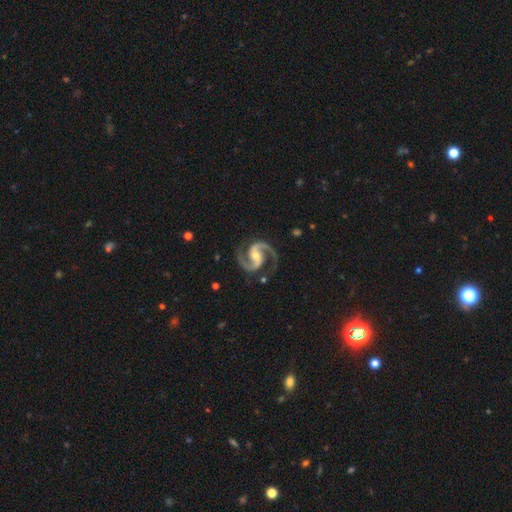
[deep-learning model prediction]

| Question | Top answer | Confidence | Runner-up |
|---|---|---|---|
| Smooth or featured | featured or disk | 95% | star or artifact (3%) |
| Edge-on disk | no | 98% | yes (2%) |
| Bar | weak | 40% | no (31%) |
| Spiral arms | yes | 99% | no (1%) |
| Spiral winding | medium | 71% | tight (15%) |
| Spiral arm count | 2 | 95% | 3 (1%) |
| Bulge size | moderate | 53% | small (40%) |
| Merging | none | 83% | minor disturbance (11%) |